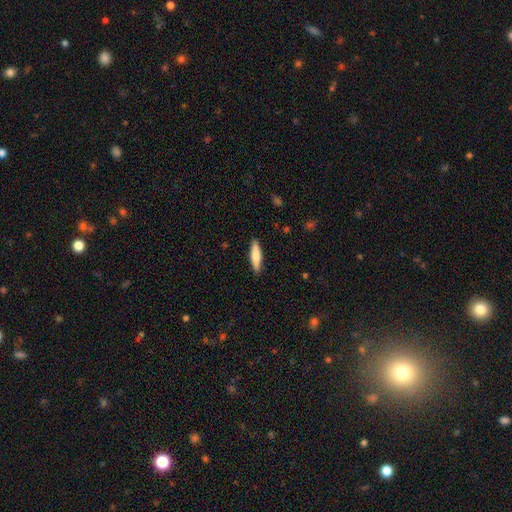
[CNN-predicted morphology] Overall: smooth (70%). How rounded: cigar-shaped (77%). Merging: none (90%).